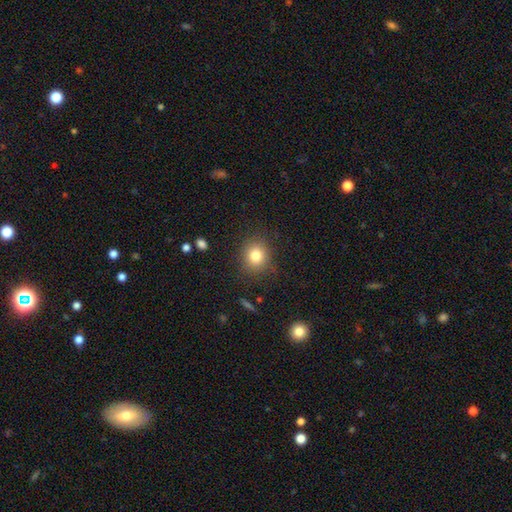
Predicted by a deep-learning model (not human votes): A smooth galaxy with no disk features (80%) that is round (82%).

Vote fractions:
- Smooth or featured? smooth: 80% / star or artifact: 12% / featured or disk: 8%
- How rounded? round: 82% / in between: 17% / cigar-shaped: 1%
- Merging? none: 86% / minor disturbance: 9% / major disturbance: 3% / merger: 1%